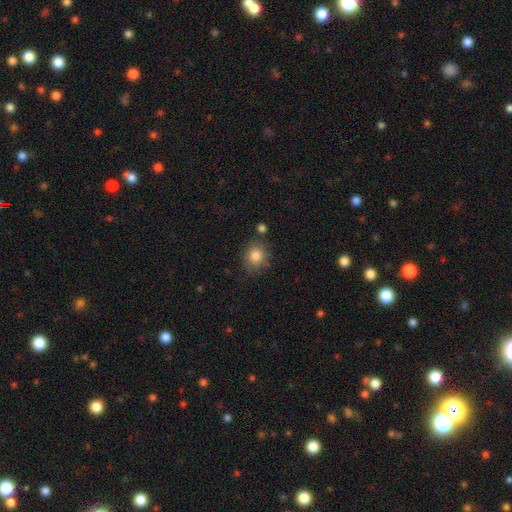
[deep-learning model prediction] smooth_or_featured: smooth (p=0.83) [alt: star or artifact p=0.09]
how_rounded: round (p=0.76) [alt: in between p=0.23]
merging: none (p=0.77) [alt: minor disturbance p=0.15]